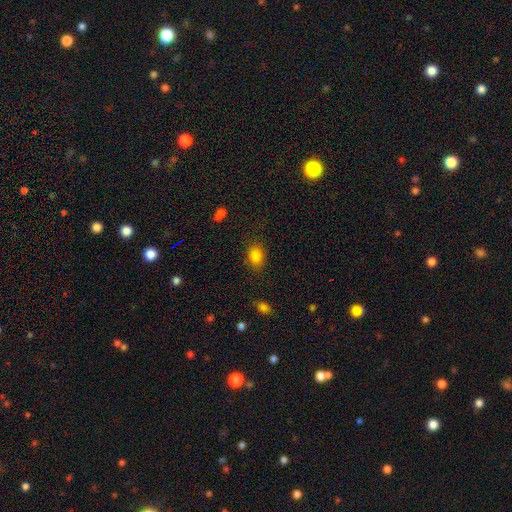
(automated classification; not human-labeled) smooth 84%, star or artifact 11%, featured or disk 5%. Down the decision tree: how rounded — in between (74%); merging — none (81%).